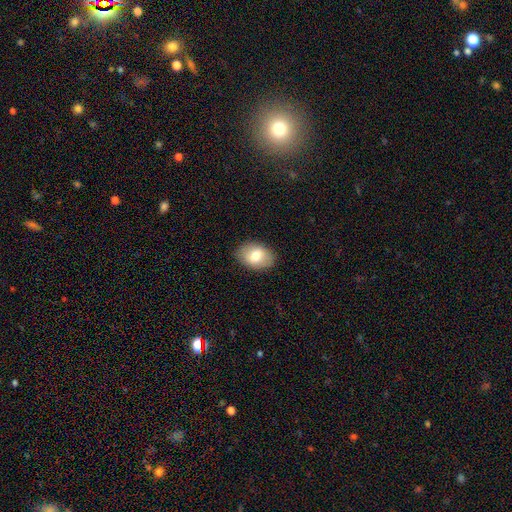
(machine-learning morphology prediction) A smooth galaxy with no disk features (74%) that is in between round and cigar-shaped (85%). Merging: none (86%).